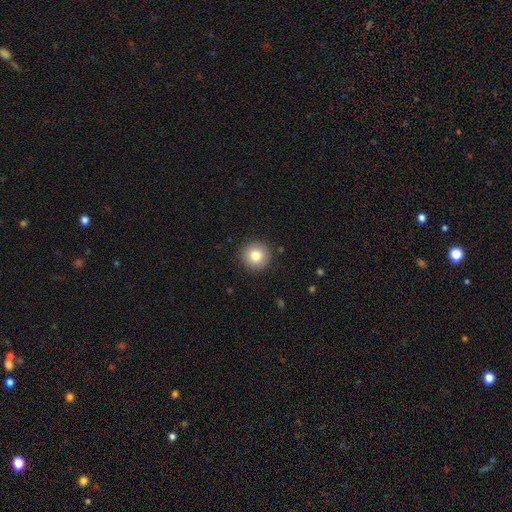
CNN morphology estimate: type=smooth (81%); roundness=round (95%); merging=none (91%).